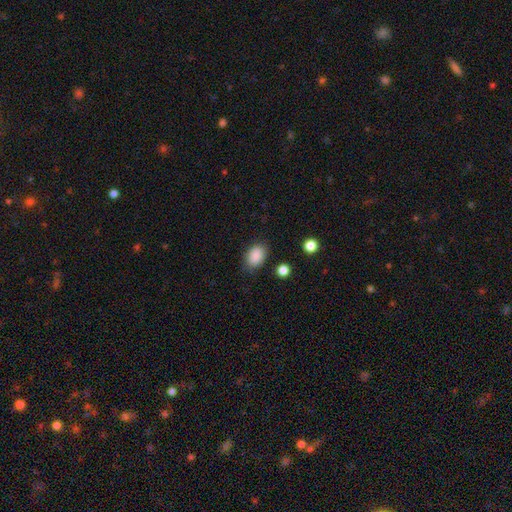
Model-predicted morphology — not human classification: Smooth or featured?
  - smooth: 88% *
  - star or artifact: 8%
  - featured or disk: 4%
How rounded?
  - in between: 79% *
  - round: 20%
  - cigar-shaped: 1%
Merging?
  - none: 79% *
  - minor disturbance: 15%
  - major disturbance: 4%
  - merger: 2%